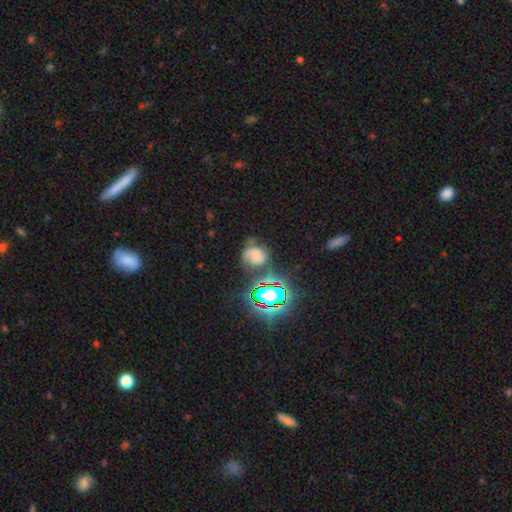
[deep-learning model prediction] Morphology: type=smooth (43%); merging=none (46%).